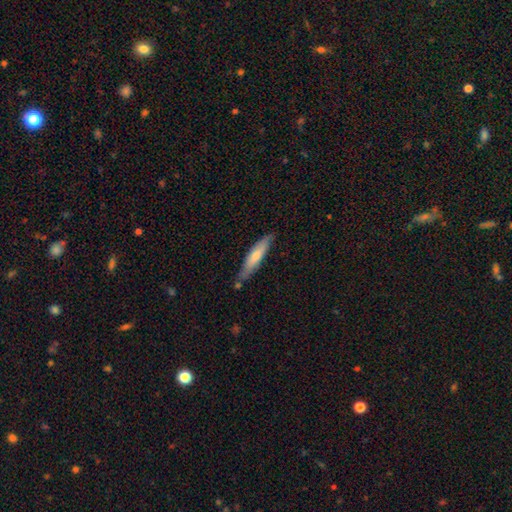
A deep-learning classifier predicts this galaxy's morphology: A smooth galaxy with no disk features (65%) that is cigar-shaped (80%).

Vote fractions:
- Smooth or featured? smooth: 65% / featured or disk: 30% / star or artifact: 5%
- How rounded? cigar-shaped: 80% / in between: 19% / round: 1%
- Merging? none: 73% / minor disturbance: 19% / merger: 5% / major disturbance: 3%